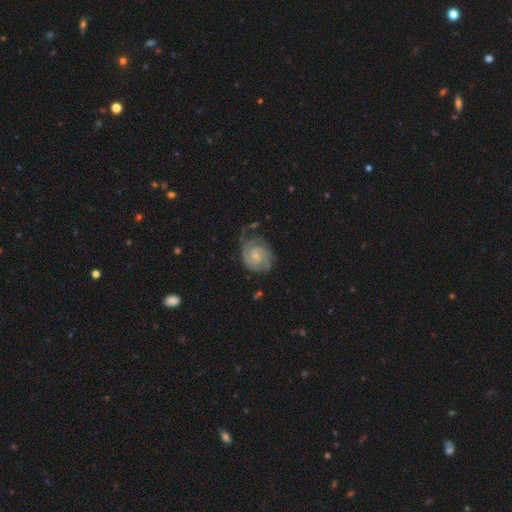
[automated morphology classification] smooth-or-featured: featured or disk: 82% | smooth: 12% | star or artifact: 5%
  disk-edge-on: no: 98% | yes: 2%
    bar: no: 68% | weak: 28% | strong: 4%
    has-spiral-arms: yes: 96% | no: 4%
      spiral-winding: tight: 64% | medium: 29% | loose: 7%
      spiral-arm-count: 2: 63% | can't tell: 14% | 3: 12% | 1: 5% | 4: 3% | more than 4: 3%
    bulge-size: small: 62% | moderate: 28% | none: 7% | large: 2% | dominant: 1%
  merging: none: 60% | minor disturbance: 23% | major disturbance: 14% | merger: 3%